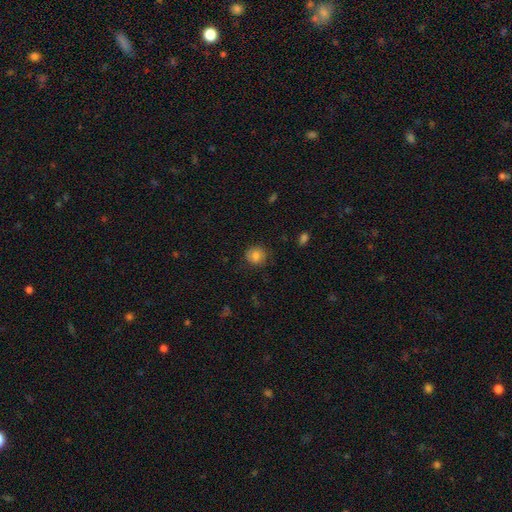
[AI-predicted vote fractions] This is clearly a smooth galaxy (83%). How rounded: clearly round (85%). Merging: clearly none (82%).